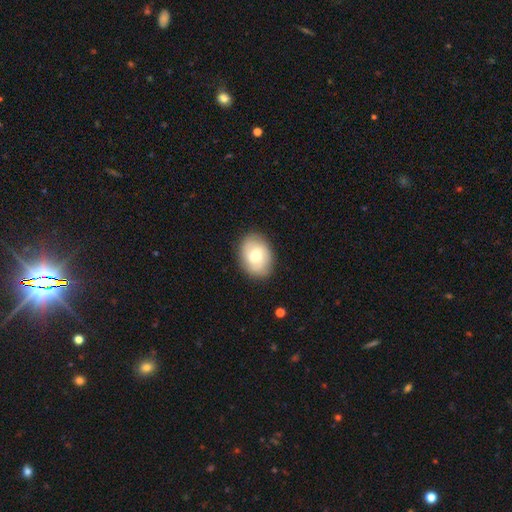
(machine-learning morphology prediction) Smooth or featured? Predicted: smooth (p=0.69). How rounded? Predicted: in between (p=0.70). Merging? Predicted: none (p=0.85).